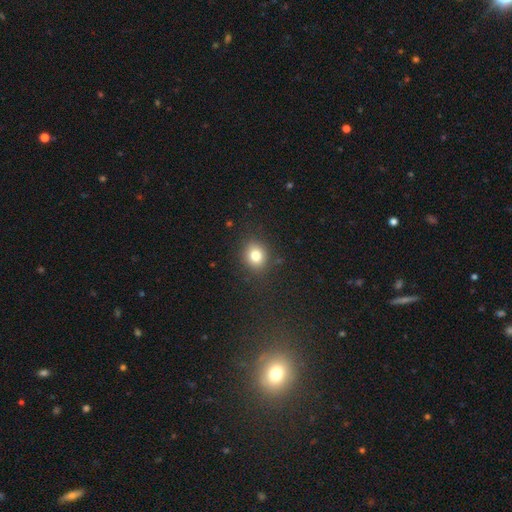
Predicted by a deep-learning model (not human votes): This appears to be a smooth galaxy with no disk features (80%) that is round (72%). Merging: none (85%).